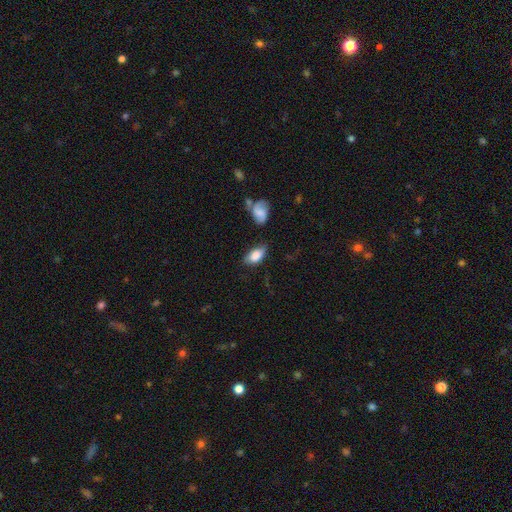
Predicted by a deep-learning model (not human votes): This is clearly a smooth galaxy (81%). How rounded: clearly in between (92%). Merging: possibly none (54%).